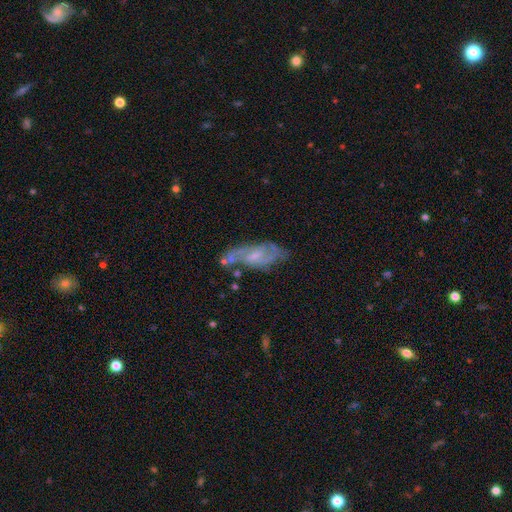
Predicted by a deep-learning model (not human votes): A featured or disk galaxy (74%) with a weak bar (50%), 2 (62%) medium (48%) spiral arms (86%) and a small central bulge (51%).

Vote fractions:
- Smooth or featured? featured or disk: 74% / smooth: 19% / star or artifact: 7%
- Edge-on disk? no: 90% / yes: 10%
- Bar? weak: 50% / no: 38% / strong: 12%
- Spiral arms? yes: 86% / no: 14%
- Spiral winding? medium: 48% / tight: 28% / loose: 25%
- Spiral arm count? 2: 62% / can't tell: 23% / 3: 7% / 1: 3% / 4: 2% / more than 4: 2%
- Bulge size? small: 51% / moderate: 29% / none: 17% / large: 2% / dominant: 1%
- Merging? none: 58% / minor disturbance: 23% / major disturbance: 12% / merger: 7%